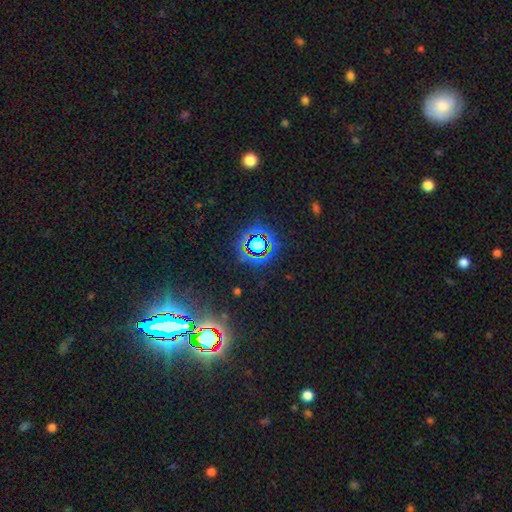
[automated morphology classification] Smooth or featured? star or artifact (80%)